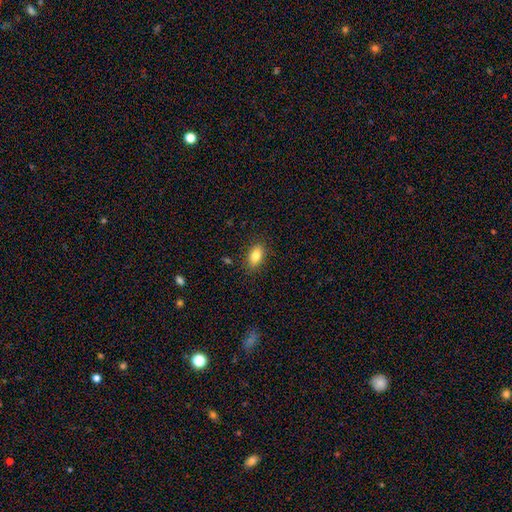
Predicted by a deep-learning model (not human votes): This appears to be a smooth galaxy with no disk features (84%) that is in between round and cigar-shaped (89%). Merging: none (86%).